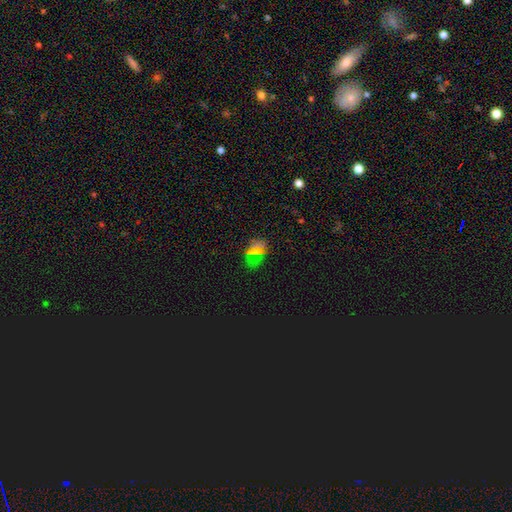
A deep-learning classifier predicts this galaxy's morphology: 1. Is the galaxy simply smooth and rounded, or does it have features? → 58% smooth, 34% star or artifact, 8% featured or disk.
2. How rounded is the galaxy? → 67% in between, 28% round, 5% cigar-shaped.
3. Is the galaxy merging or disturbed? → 82% none, 12% minor disturbance, 4% major disturbance, 2% merger.